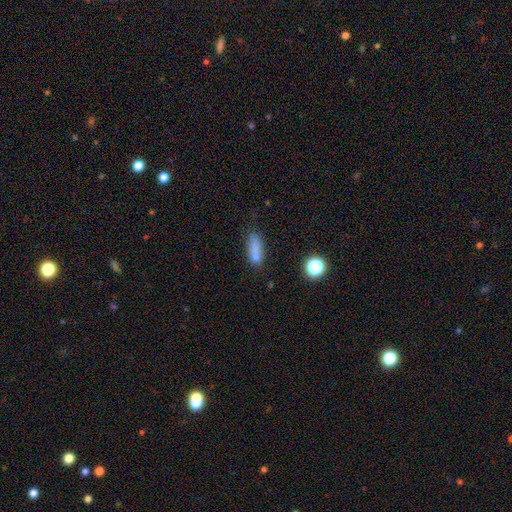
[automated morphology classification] A smooth galaxy with no disk features (66%) that is in between round and cigar-shaped (56%). Merging: none (76%).